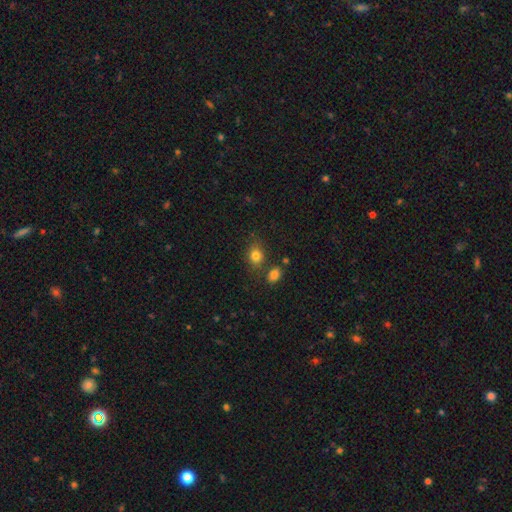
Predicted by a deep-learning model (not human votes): This appears to be a smooth galaxy with no disk features (81%) that is round (50%). Merging: none (72%).